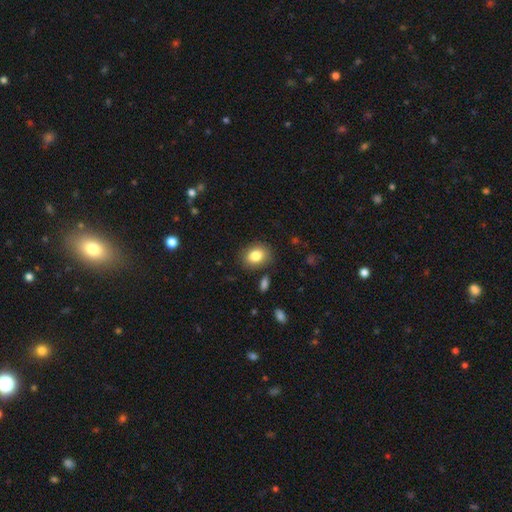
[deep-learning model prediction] Smooth or featured? Predicted: smooth (p=0.84). How rounded? Predicted: in between (p=0.53). Merging? Predicted: none (p=0.84).